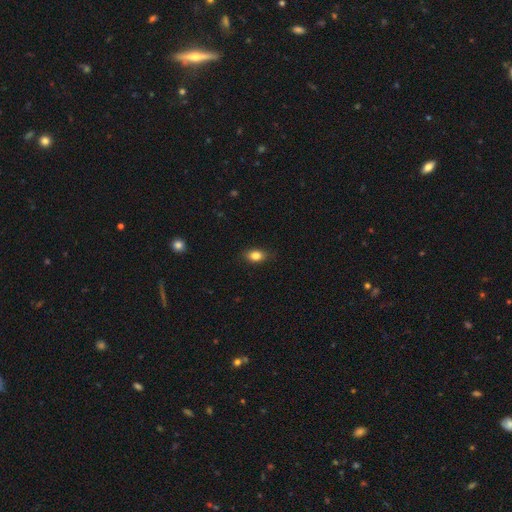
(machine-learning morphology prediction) Q: Smooth or featured?
A: smooth (83%); runner-up: star or artifact (9%)
Q: How rounded?
A: in between (82%); runner-up: round (15%)
Q: Merging?
A: none (84%); runner-up: minor disturbance (12%)